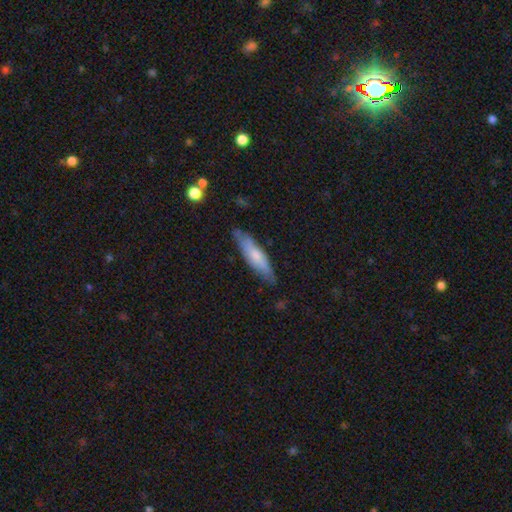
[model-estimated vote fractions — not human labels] This appears to be a smooth galaxy with no disk features (61%) that is cigar-shaped (72%). Merging: none (76%).